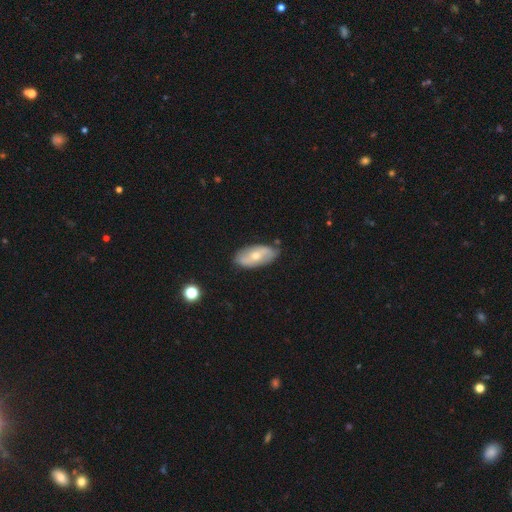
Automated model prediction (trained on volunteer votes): Smooth or featured? featured or disk (48%)
Merging? none (80%)